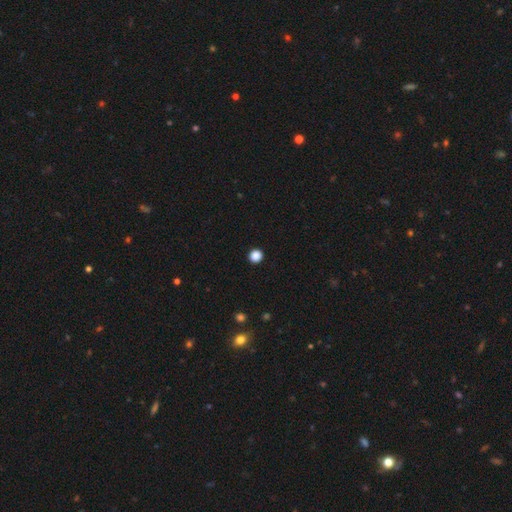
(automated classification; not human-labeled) Smooth or featured? smooth (87%)
How rounded? round (93%)
Merging? none (93%)